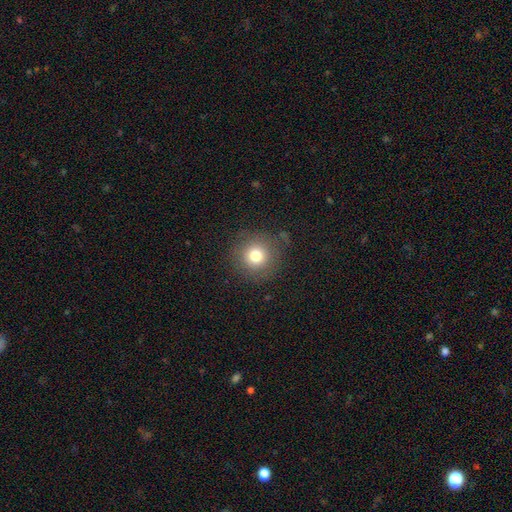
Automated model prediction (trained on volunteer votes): Smooth or featured: smooth — 77% (star or artifact — 13%)
How rounded: round — 94% (in between — 5%)
Merging: none — 84% (minor disturbance — 10%)